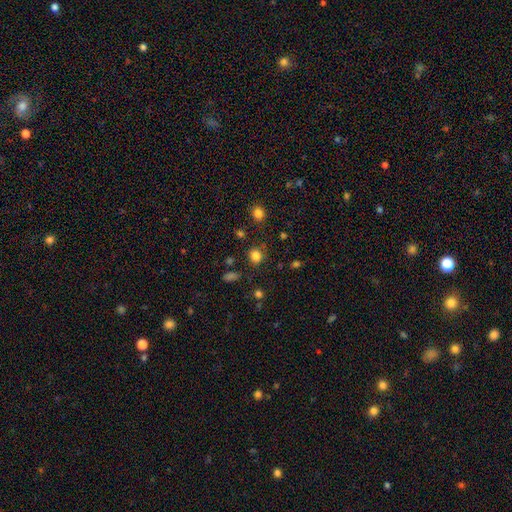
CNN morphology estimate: Q: Smooth or featured?
A: smooth (81%); runner-up: star or artifact (14%)
Q: How rounded?
A: round (76%); runner-up: in between (23%)
Q: Merging?
A: none (81%); runner-up: minor disturbance (11%)